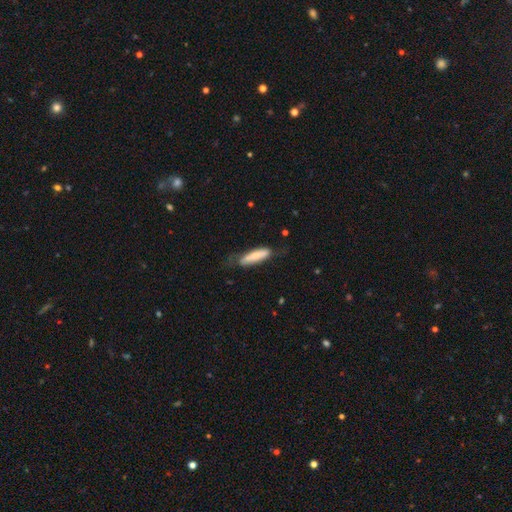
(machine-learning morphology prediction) A smooth galaxy with no disk features (60%) that is cigar-shaped (63%). Merging: none (57%).